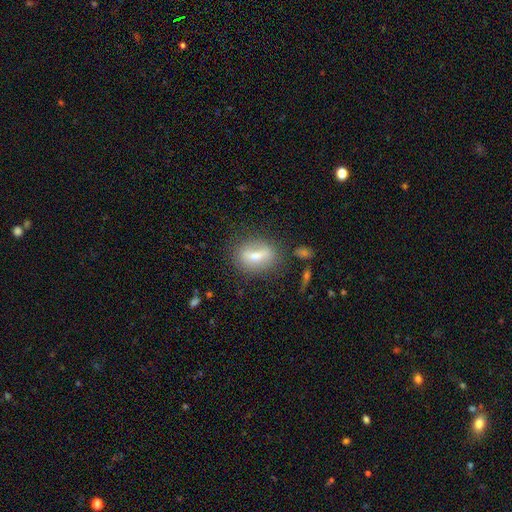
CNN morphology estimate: This appears to be a smooth galaxy with no disk features (59%) that is in between round and cigar-shaped (65%). Merging: none (64%).